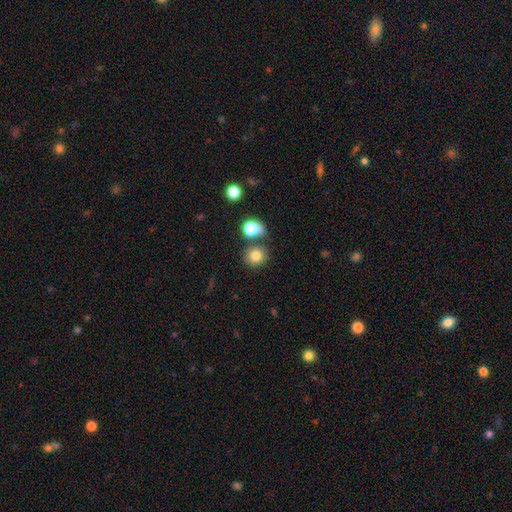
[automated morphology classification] Overall: smooth (79%). How rounded: round (86%). Merging: none (71%).